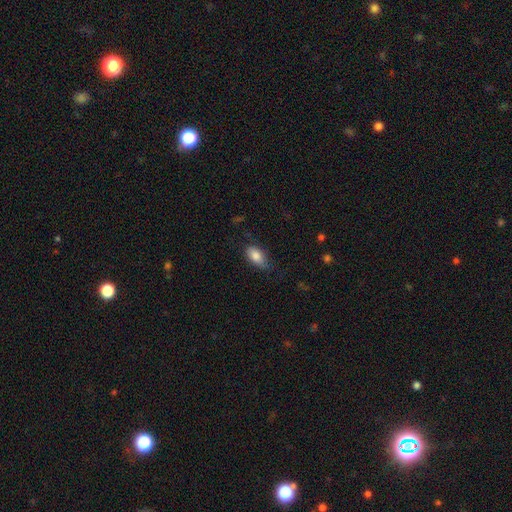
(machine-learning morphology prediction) The model was most divided on "merging": none: 68%, minor disturbance: 24%, major disturbance: 6%, merger: 1%. More confident: how rounded — in between (91%); smooth or featured — smooth (83%).